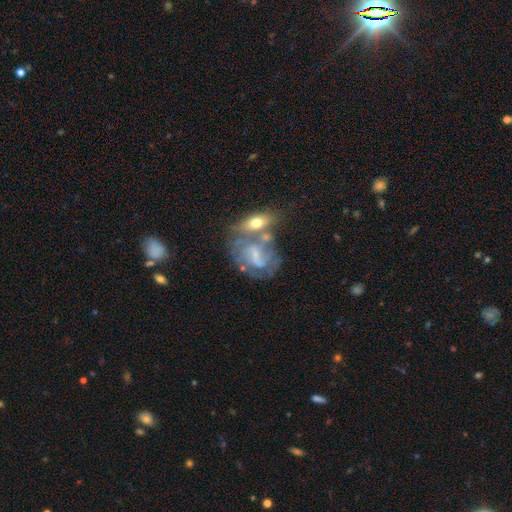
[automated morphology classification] Smooth or featured: featured or disk — 66% (smooth — 26%)
Edge-on disk: no — 95% (yes — 5%)
Bar: weak — 44% (no — 37%)
Spiral arms: yes — 72% (no — 28%)
Bulge size: small — 49% (none — 25%)
Merging: merger — 39% (none — 32%)